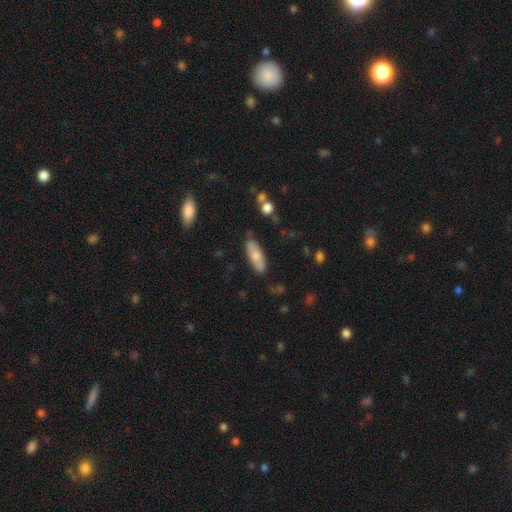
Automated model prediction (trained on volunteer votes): Morphology: type=smooth (68%); roundness=in between (63%); merging=none (76%).